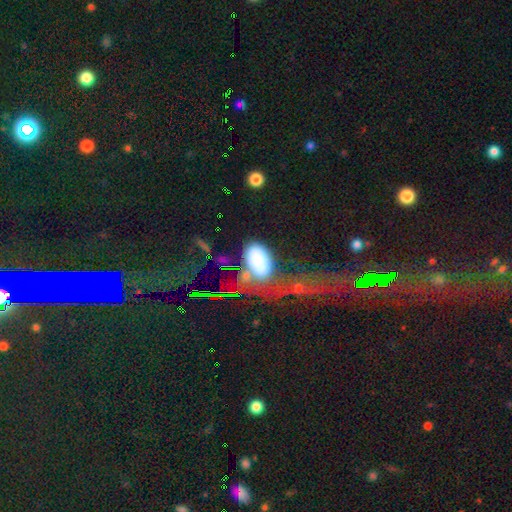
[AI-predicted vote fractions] smooth-or-featured: smooth: 66% | featured or disk: 17% | star or artifact: 16%
  how-rounded: in between: 90% | round: 7% | cigar-shaped: 2%
  merging: none: 42% | minor disturbance: 23% | major disturbance: 18% | merger: 17%